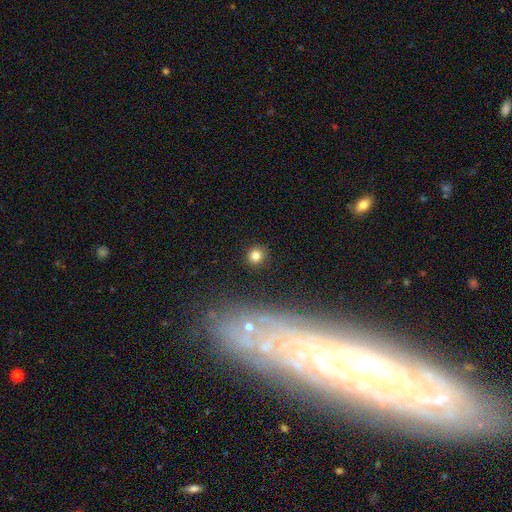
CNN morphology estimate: This appears to be a smooth galaxy with no disk features (80%) that is round (90%). Merging: none (90%).